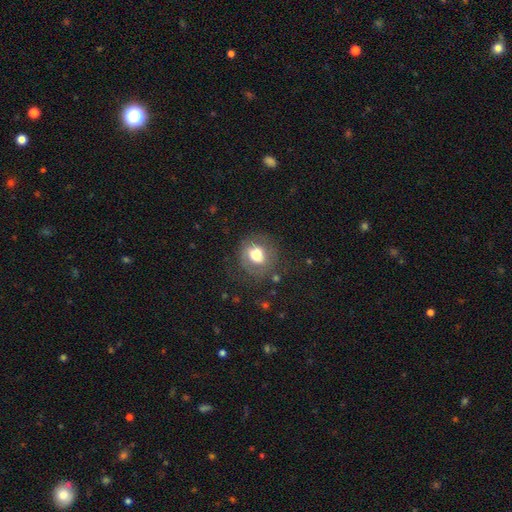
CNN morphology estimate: Q: Smooth or featured?
A: smooth (59%); runner-up: featured or disk (31%)
Q: How rounded?
A: round (67%); runner-up: in between (32%)
Q: Merging?
A: none (63%); runner-up: minor disturbance (21%)